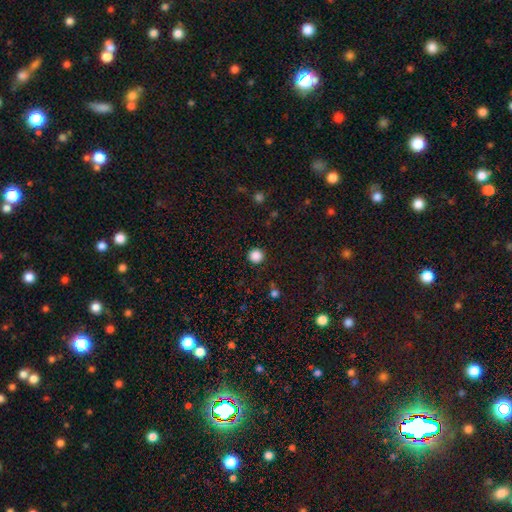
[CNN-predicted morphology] type=smooth (86%); roundness=round (95%); merging=none (91%).